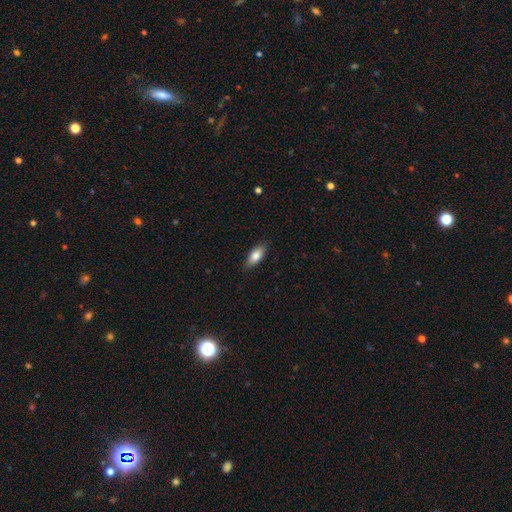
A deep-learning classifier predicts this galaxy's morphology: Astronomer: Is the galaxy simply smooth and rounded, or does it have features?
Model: smooth — 79%.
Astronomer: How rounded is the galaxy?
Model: in between — 78%.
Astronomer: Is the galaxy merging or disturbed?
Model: none — 86%.